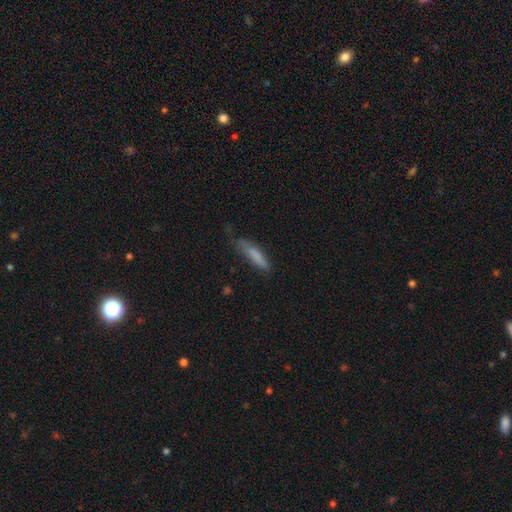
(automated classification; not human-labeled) Q: Smooth or featured?
A: smooth (76%); runner-up: featured or disk (17%)
Q: How rounded?
A: cigar-shaped (80%); runner-up: in between (19%)
Q: Merging?
A: none (56%); runner-up: minor disturbance (31%)